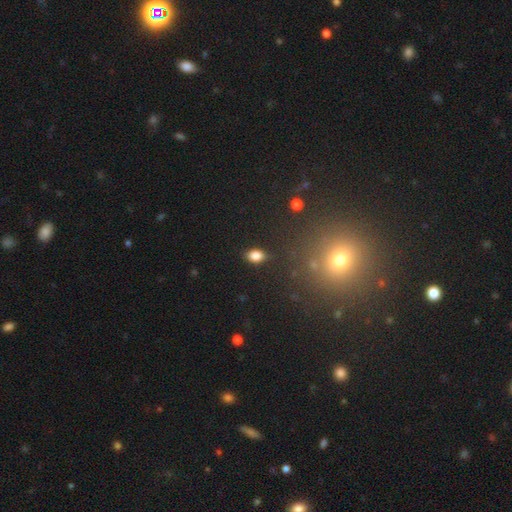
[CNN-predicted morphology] type=smooth (83%); roundness=in between (84%); merging=none (86%).